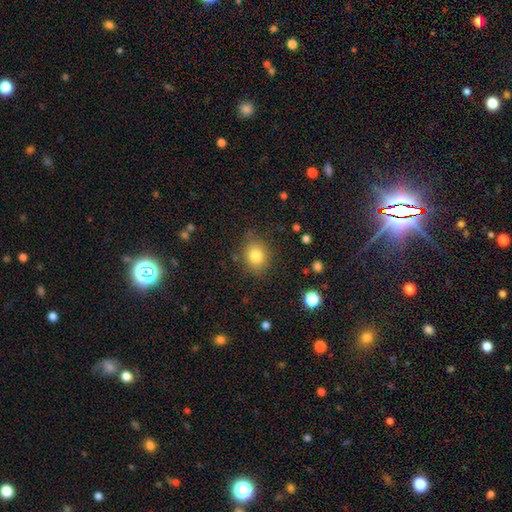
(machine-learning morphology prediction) This is clearly a smooth galaxy (81%). How rounded: possibly round (59%). Merging: likely none (79%).